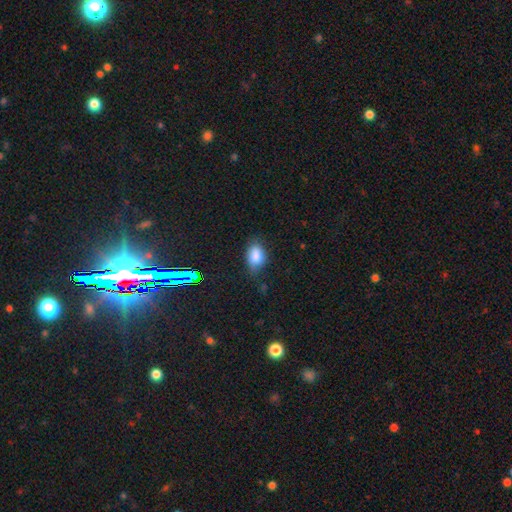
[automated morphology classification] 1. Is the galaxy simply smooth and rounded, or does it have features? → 81% smooth, 11% star or artifact, 8% featured or disk.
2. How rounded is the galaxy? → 83% in between, 16% round, 2% cigar-shaped.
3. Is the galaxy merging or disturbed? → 67% none, 25% minor disturbance, 6% major disturbance, 2% merger.